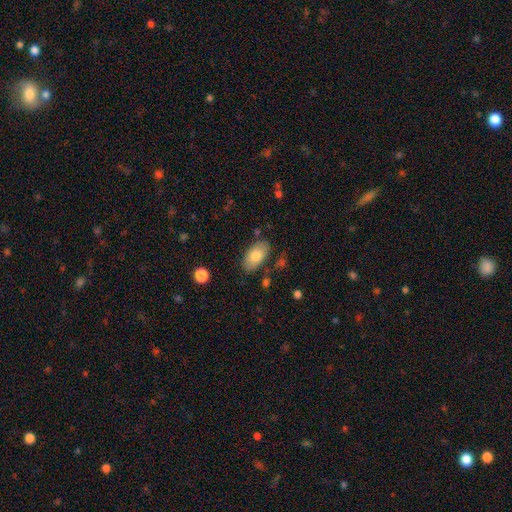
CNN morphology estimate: smooth-or-featured: smooth: 77% | featured or disk: 17% | star or artifact: 6%
  how-rounded: in between: 94% | round: 4% | cigar-shaped: 2%
  merging: none: 78% | minor disturbance: 15% | major disturbance: 4% | merger: 3%